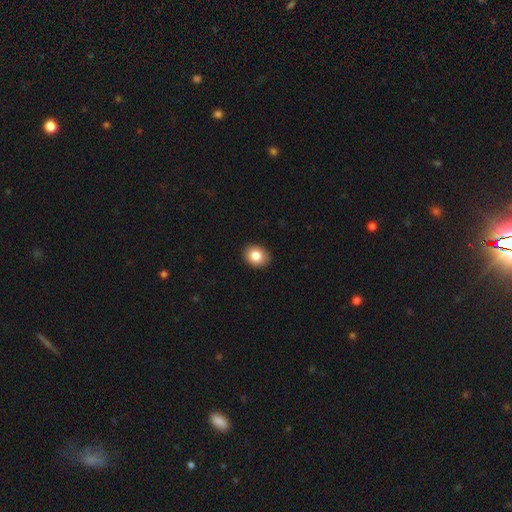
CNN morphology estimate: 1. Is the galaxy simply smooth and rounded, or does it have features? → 84% smooth, 9% star or artifact, 7% featured or disk.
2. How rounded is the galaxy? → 58% round, 41% in between, 1% cigar-shaped.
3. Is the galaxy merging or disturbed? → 90% none, 7% minor disturbance, 2% major disturbance, 1% merger.